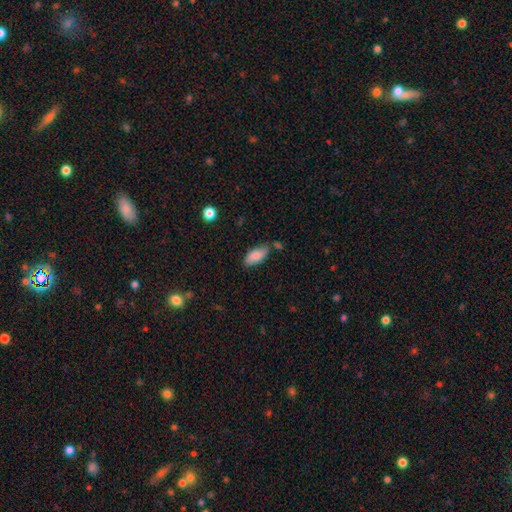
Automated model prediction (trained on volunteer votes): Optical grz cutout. It shows a smooth galaxy with no disk features (82%) that is in between round and cigar-shaped (88%). Merging: none (74%).